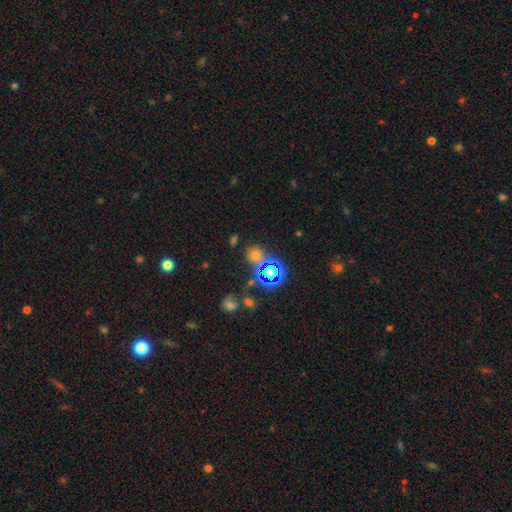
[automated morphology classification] The model was most divided on "smooth or featured": smooth: 49%, star or artifact: 43%, featured or disk: 8%. More confident: merging — none (67%).